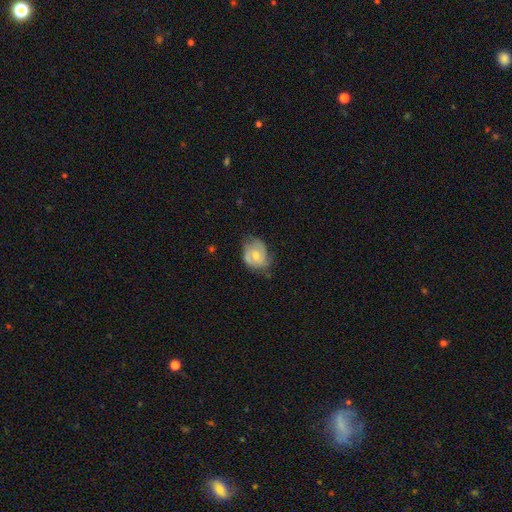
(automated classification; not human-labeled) Overall: featured or disk (53%; smooth 40%). Edge-on disk: no (97%). Bar: no (69%). Spiral arms: yes (75%). Bulge size: moderate (61%; small 33%). Merging: none (53%; minor disturbance 33%).